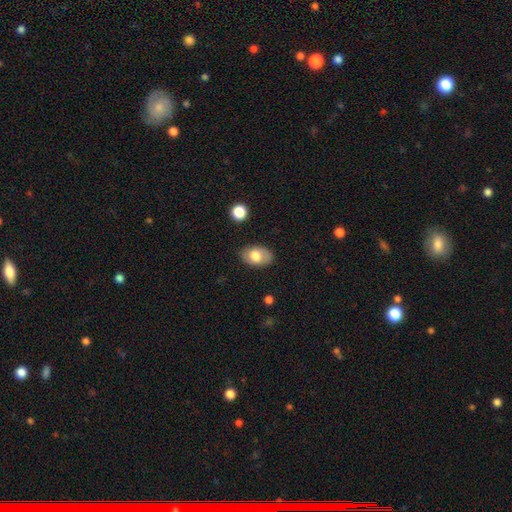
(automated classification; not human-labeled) smooth_or_featured: smooth (p=0.74) [alt: featured or disk p=0.19]
how_rounded: in between (p=0.86) [alt: round p=0.13]
merging: none (p=0.82) [alt: minor disturbance p=0.14]